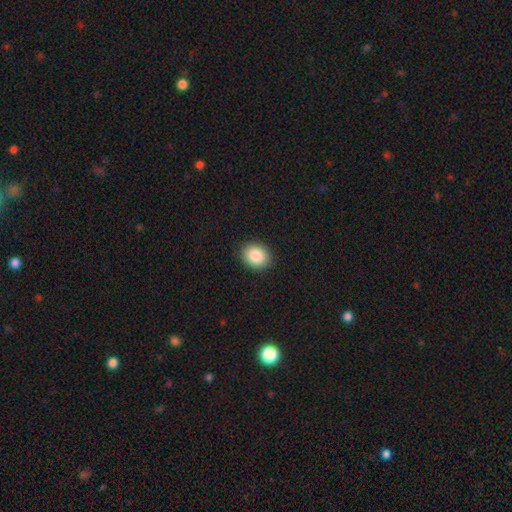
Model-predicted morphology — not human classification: Overall: smooth (87%). How rounded: round (51%; in between 48%). Merging: none (90%).